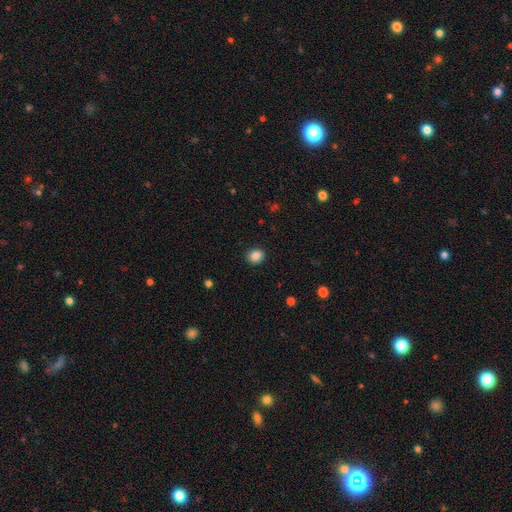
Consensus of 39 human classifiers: A smooth galaxy with no disk features (90%) that is round (66%).

Vote fractions:
- Smooth or featured? smooth: 90% / star or artifact: 10% / featured or disk: 0%
- How rounded? round: 66% / in between: 34% / cigar-shaped: 0%
- Merging? none: 94% / minor disturbance: 6% / major disturbance: 0% / merger: 0%